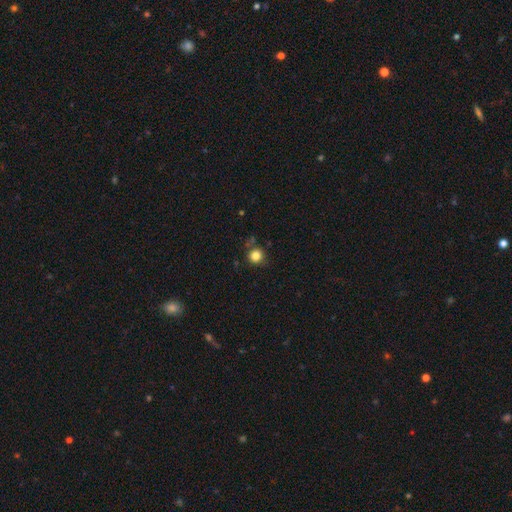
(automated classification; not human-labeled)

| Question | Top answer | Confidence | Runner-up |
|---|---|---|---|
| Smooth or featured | smooth | 83% | star or artifact (12%) |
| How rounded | round | 91% | in between (8%) |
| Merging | none | 77% | minor disturbance (14%) |